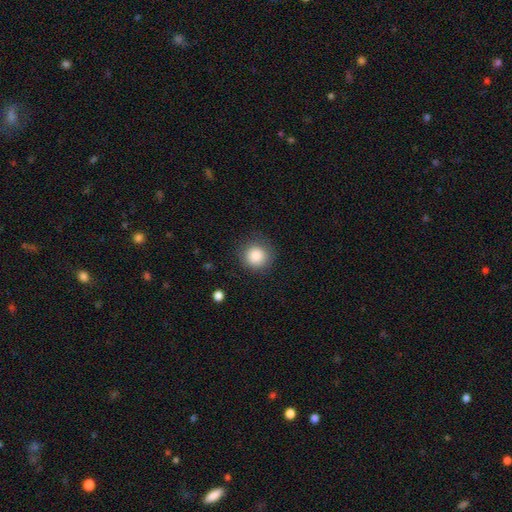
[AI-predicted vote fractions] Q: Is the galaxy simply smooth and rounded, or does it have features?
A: smooth — 85%.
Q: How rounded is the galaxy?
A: round — 93%.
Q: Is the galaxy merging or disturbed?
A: none — 84%.